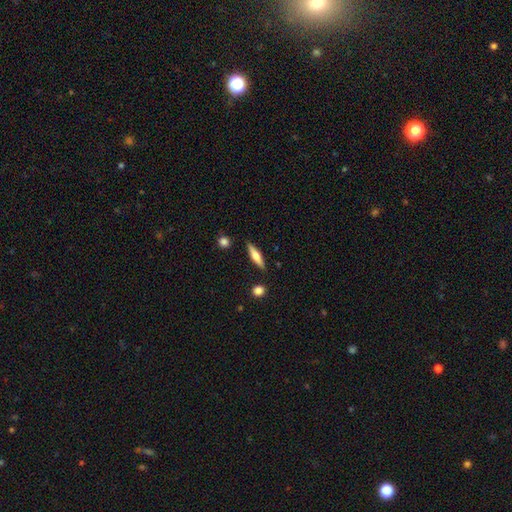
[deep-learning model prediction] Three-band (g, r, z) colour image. It shows a smooth galaxy with no disk features (52%) that is cigar-shaped (75%). Merging: none (87%).